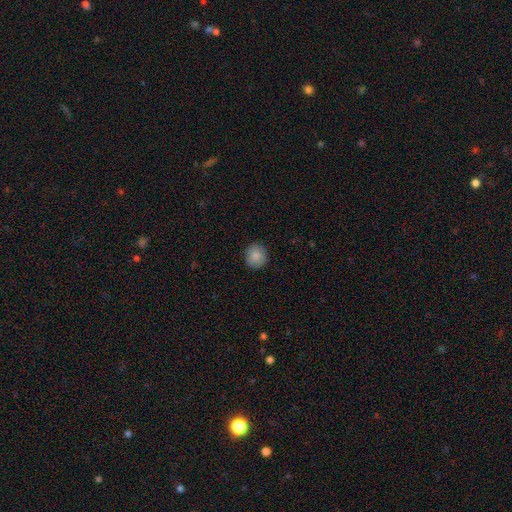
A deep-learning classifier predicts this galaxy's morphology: Overall: smooth (86%). How rounded: round (87%). Merging: none (89%).